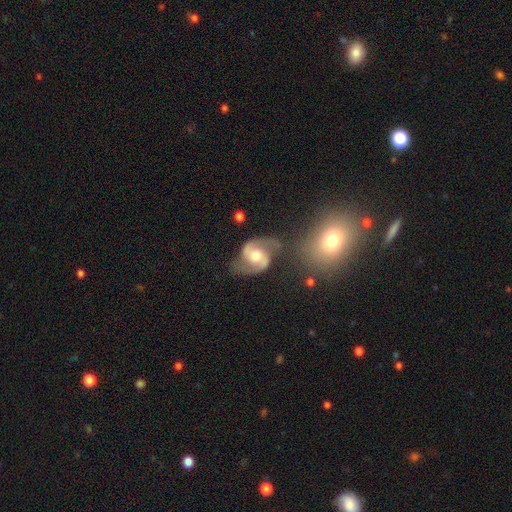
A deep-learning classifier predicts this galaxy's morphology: A featured or disk galaxy (88%) with no bar (46%), 2 (93%) medium (55%) spiral arms (96%) and a moderate central bulge (72%).

Vote fractions:
- Smooth or featured? featured or disk: 88% / smooth: 7% / star or artifact: 4%
- Edge-on disk? no: 98% / yes: 2%
- Bar? no: 46% / weak: 40% / strong: 14%
- Spiral arms? yes: 96% / no: 4%
- Spiral winding? medium: 55% / loose: 31% / tight: 14%
- Spiral arm count? 2: 93% / can't tell: 2% / 1: 1% / 3: 1% / 4: 1% / more than 4: 1%
- Bulge size? moderate: 72% / small: 14% / large: 12% / none: 1% / dominant: 1%
- Merging? none: 64% / minor disturbance: 19% / major disturbance: 10% / merger: 7%